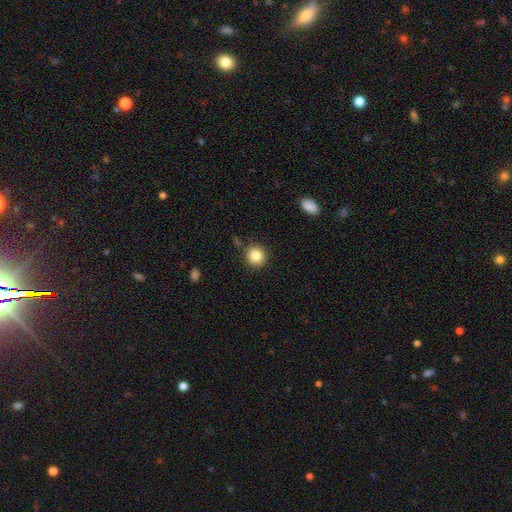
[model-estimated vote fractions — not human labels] Overall: smooth (84%). How rounded: round (92%). Merging: none (86%).